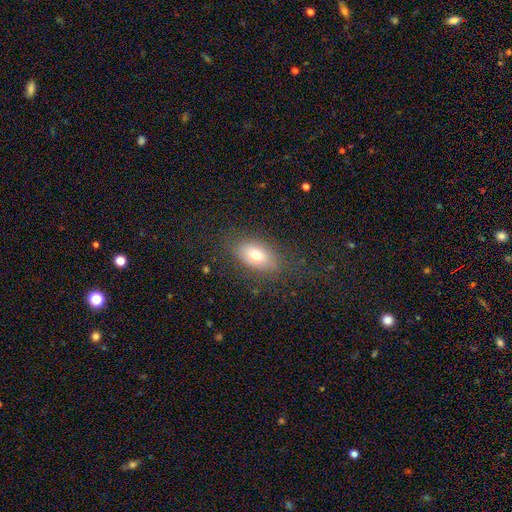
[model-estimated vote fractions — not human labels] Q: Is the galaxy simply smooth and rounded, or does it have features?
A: smooth — 69%.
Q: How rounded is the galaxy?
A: in between — 87%.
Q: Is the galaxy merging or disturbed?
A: none — 78%.